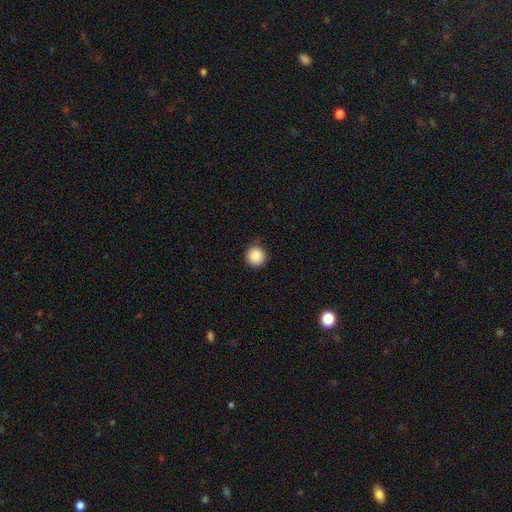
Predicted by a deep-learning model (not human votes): Smooth or featured? Predicted: smooth (p=0.88). How rounded? Predicted: round (p=0.96). Merging? Predicted: none (p=0.88).